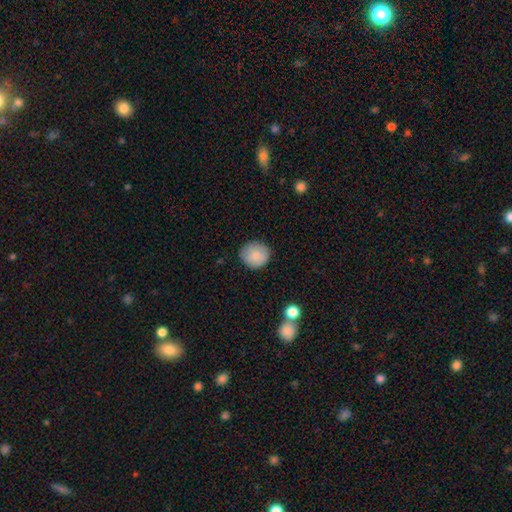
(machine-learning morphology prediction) This is clearly a smooth galaxy (86%). How rounded: clearly round (84%). Merging: clearly none (83%).